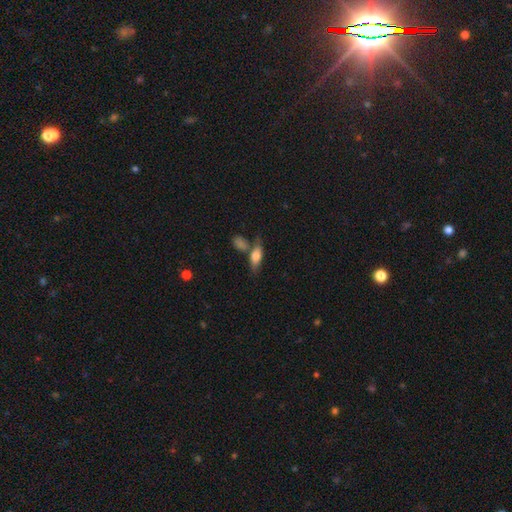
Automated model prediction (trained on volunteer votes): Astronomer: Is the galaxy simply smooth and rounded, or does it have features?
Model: smooth — 70%.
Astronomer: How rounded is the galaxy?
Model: in between — 72%.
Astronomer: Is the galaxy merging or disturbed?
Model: none — 51%.